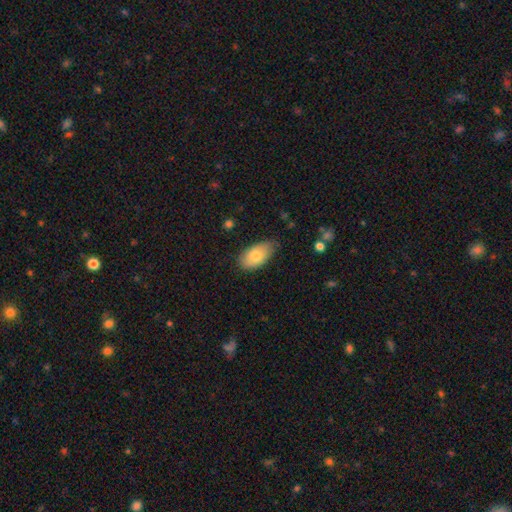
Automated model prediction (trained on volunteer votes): Q: Smooth or featured?
A: smooth (78%); runner-up: featured or disk (16%)
Q: How rounded?
A: in between (94%); runner-up: round (4%)
Q: Merging?
A: none (69%); runner-up: minor disturbance (25%)